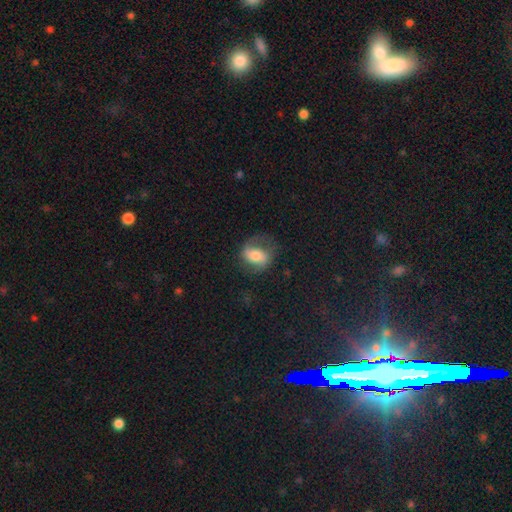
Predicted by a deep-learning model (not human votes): The model was most divided on "smooth or featured": smooth: 47%, featured or disk: 45%, star or artifact: 8%. More confident: merging — none (57%).